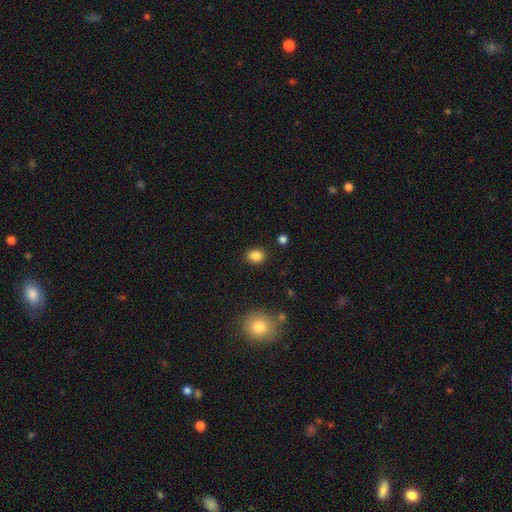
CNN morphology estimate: Q: Smooth or featured?
A: smooth (85%); runner-up: star or artifact (10%)
Q: How rounded?
A: round (52%); runner-up: in between (47%)
Q: Merging?
A: none (87%); runner-up: minor disturbance (8%)